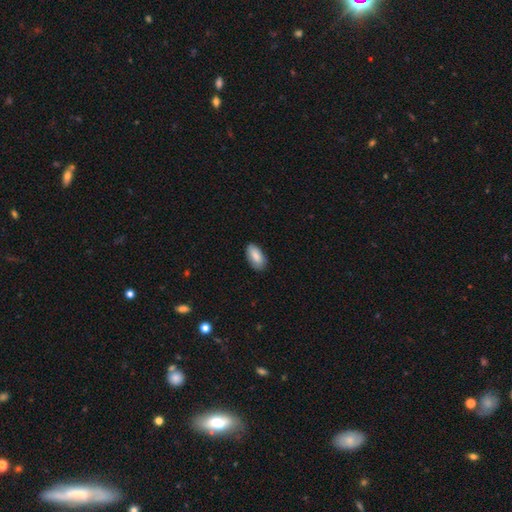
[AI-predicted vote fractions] Overall: smooth (85%). How rounded: in between (93%). Merging: none (83%).